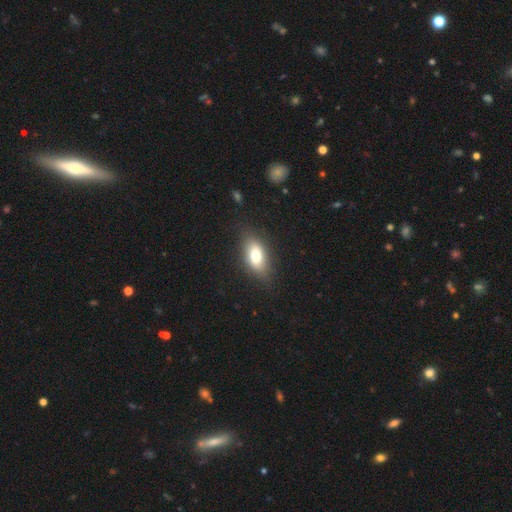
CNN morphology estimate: smooth_or_featured: smooth (p=0.76) [alt: featured or disk p=0.16]
how_rounded: in between (p=0.87) [alt: cigar-shaped p=0.07]
merging: none (p=0.80) [alt: minor disturbance p=0.14]